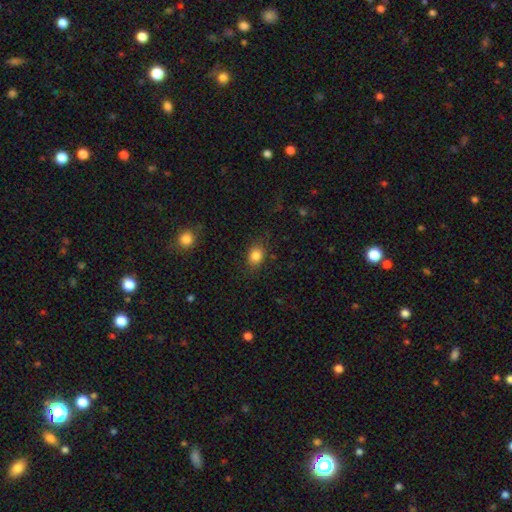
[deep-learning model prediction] The model was most divided on "how rounded": in between: 54%, round: 45%, cigar-shaped: 1%. More confident: smooth or featured — smooth (83%); merging — none (81%).